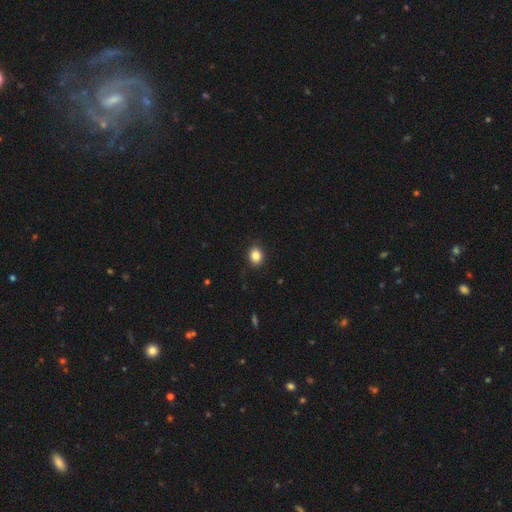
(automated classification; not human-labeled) Overall: smooth (86%). How rounded: round (55%; in between 44%). Merging: none (87%).